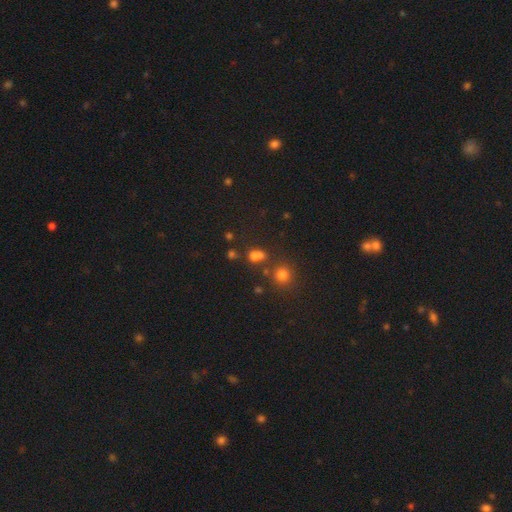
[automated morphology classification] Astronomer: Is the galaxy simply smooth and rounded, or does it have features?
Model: smooth — 61%.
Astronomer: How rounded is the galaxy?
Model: round — 65%.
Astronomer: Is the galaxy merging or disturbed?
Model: none — 49% (runner-up: merger, 35%).